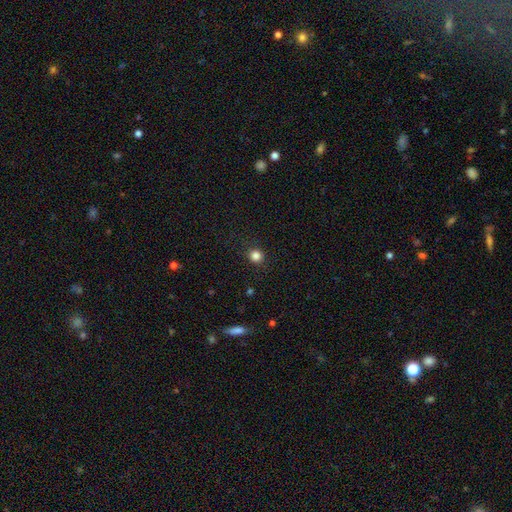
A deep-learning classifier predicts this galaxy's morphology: Smooth or featured? smooth (84%)
How rounded? round (91%)
Merging? none (90%)